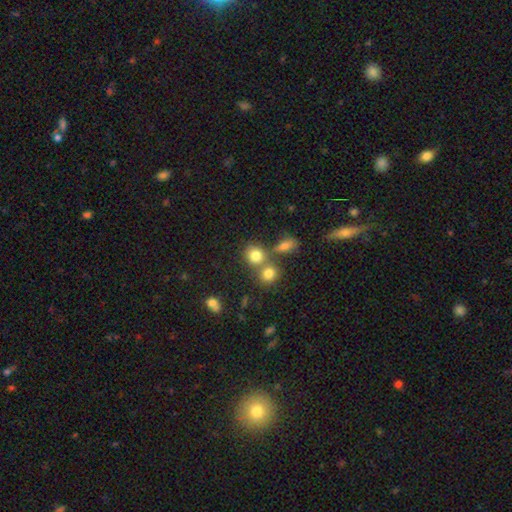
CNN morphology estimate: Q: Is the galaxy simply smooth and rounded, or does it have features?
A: smooth — 80%.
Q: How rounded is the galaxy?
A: round — 75%.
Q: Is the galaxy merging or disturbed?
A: none — 50%.